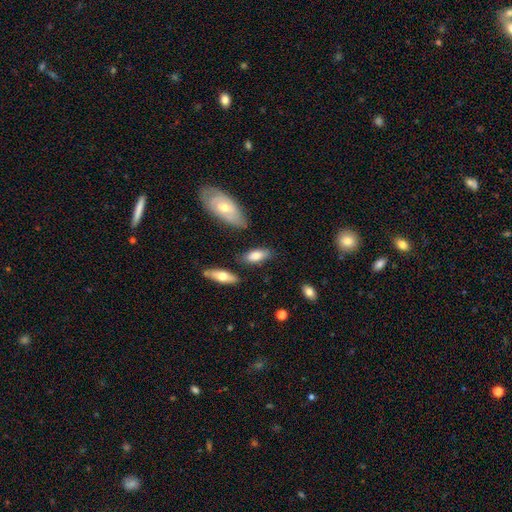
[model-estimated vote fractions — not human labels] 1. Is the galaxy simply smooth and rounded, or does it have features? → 78% smooth, 15% featured or disk, 7% star or artifact.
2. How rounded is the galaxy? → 83% in between, 14% cigar-shaped, 3% round.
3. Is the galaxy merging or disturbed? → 74% none, 17% minor disturbance, 5% merger, 4% major disturbance.